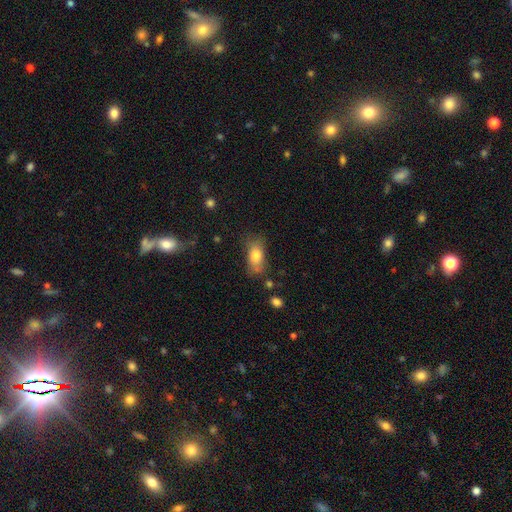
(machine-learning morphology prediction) Smooth or featured?
  - smooth: 78% *
  - featured or disk: 14%
  - star or artifact: 9%
How rounded?
  - in between: 83% *
  - round: 9%
  - cigar-shaped: 7%
Merging?
  - none: 60% *
  - minor disturbance: 26%
  - major disturbance: 9%
  - merger: 5%